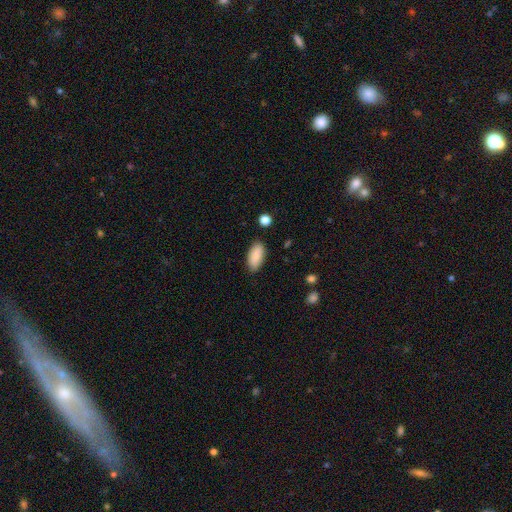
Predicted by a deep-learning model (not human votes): Overall: smooth (88%). How rounded: in between (89%). Merging: none (85%).